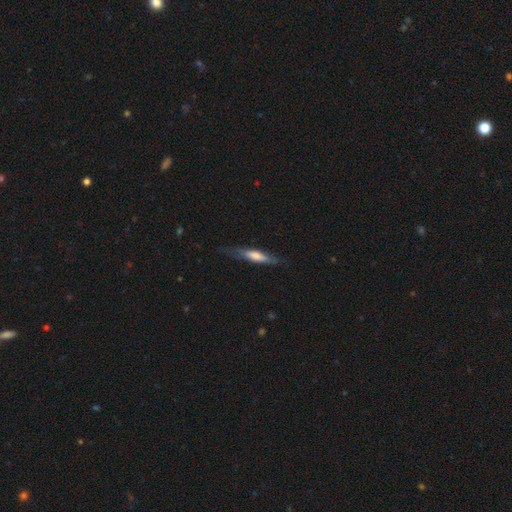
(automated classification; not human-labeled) A smooth galaxy with no disk features (50%). Merging: none (71%).